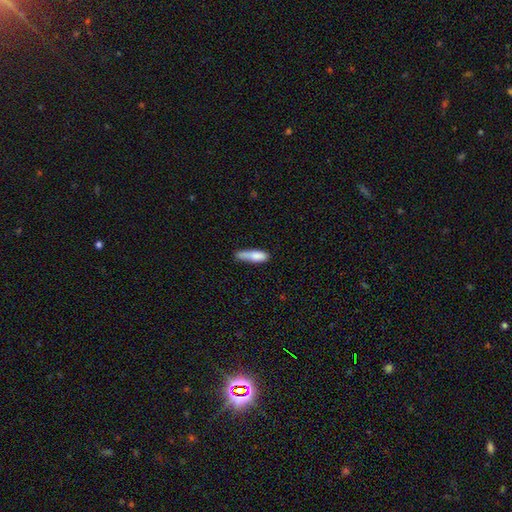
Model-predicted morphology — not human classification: Smooth or featured?
  - smooth: 80% *
  - featured or disk: 13%
  - star or artifact: 7%
How rounded?
  - cigar-shaped: 63% *
  - in between: 35%
  - round: 2%
Merging?
  - none: 45% *
  - minor disturbance: 36%
  - major disturbance: 11%
  - merger: 9%